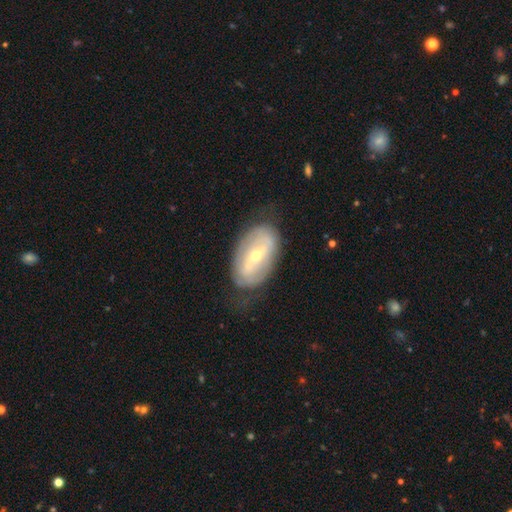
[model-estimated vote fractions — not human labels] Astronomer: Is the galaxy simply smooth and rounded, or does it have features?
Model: featured or disk — 70%.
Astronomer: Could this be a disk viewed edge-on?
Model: no — 91%.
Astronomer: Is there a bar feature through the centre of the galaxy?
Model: strong — 47% (runner-up: weak, 34%).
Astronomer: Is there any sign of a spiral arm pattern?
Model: yes — 54% (runner-up: no, 46%).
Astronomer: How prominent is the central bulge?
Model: small — 53% (runner-up: moderate, 44%).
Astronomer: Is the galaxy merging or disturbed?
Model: none — 69%.